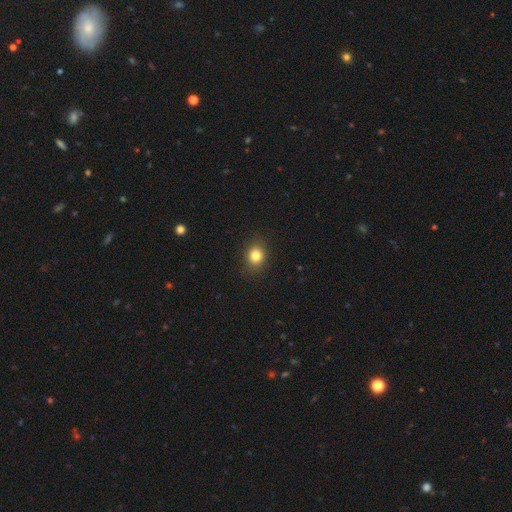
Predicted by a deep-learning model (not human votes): smooth_or_featured: smooth (p=0.82) [alt: star or artifact p=0.12]
how_rounded: round (p=0.65) [alt: in between p=0.34]
merging: none (p=0.88) [alt: minor disturbance p=0.08]